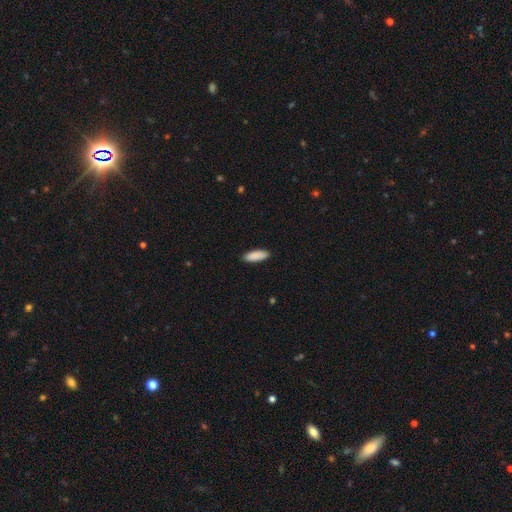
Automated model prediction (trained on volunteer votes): A smooth galaxy with no disk features (90%) that is in between round and cigar-shaped (63%). Merging: none (89%).